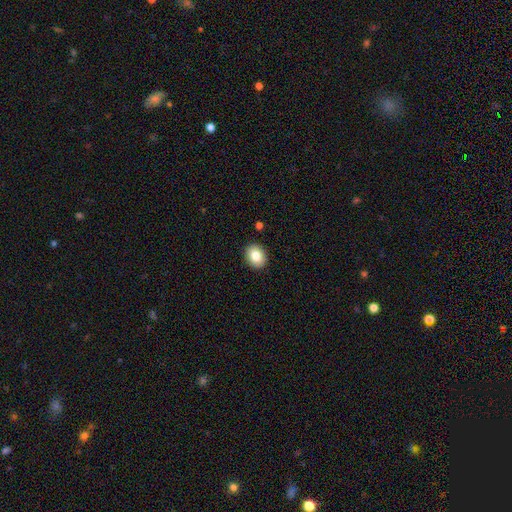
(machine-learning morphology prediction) Overall: smooth (83%). How rounded: round (53%; in between 46%). Merging: none (91%).